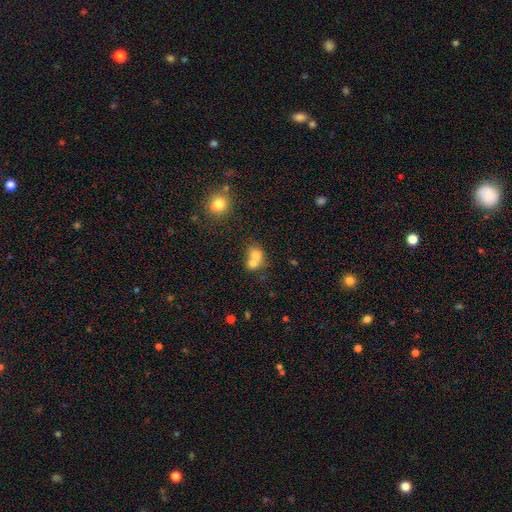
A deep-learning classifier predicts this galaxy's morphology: Smooth or featured? Predicted: smooth (p=0.72). How rounded? Predicted: round (p=0.65). Merging? Predicted: merger (p=0.66).